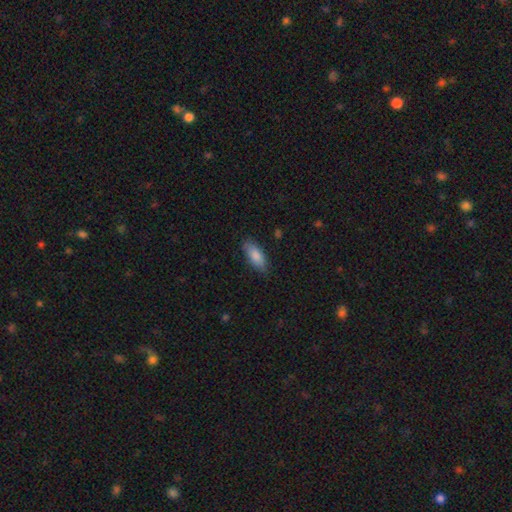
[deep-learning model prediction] smooth_or_featured: smooth (p=0.86) [alt: featured or disk p=0.08]
how_rounded: in between (p=0.78) [alt: cigar-shaped p=0.20]
merging: none (p=0.82) [alt: minor disturbance p=0.14]